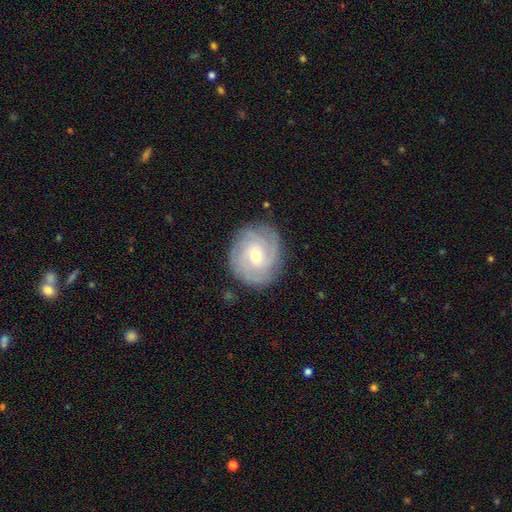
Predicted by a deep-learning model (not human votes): This appears to be a featured or disk galaxy (78%) with no bar (56%), tight (69%) spiral arms (93%) and a moderate central bulge (58%). Merging: none (84%).